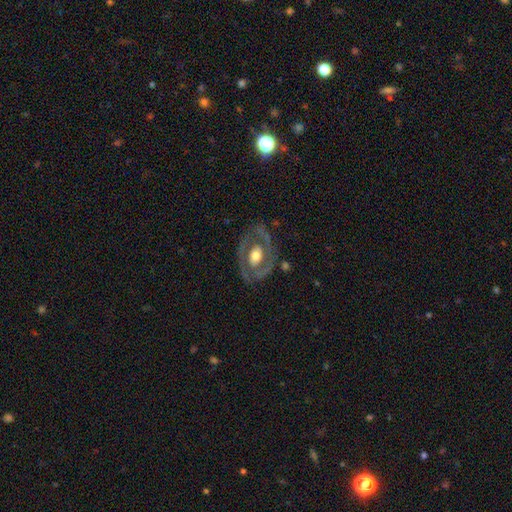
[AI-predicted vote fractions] Overall: featured or disk (72%). Edge-on disk: no (95%). Bar: no (71%). Spiral arms: no (55%; yes 45%). Bulge size: moderate (61%; large 29%). Merging: none (72%).